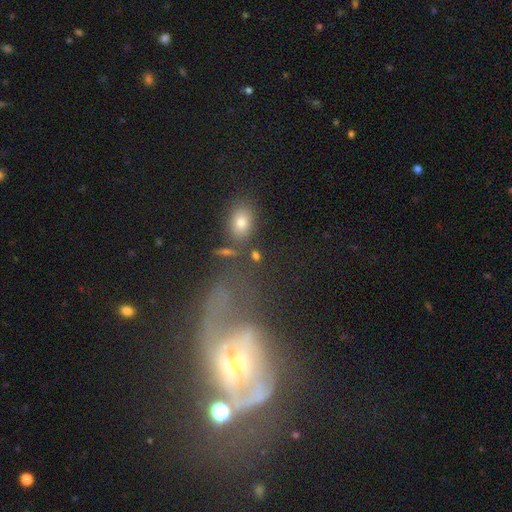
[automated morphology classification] Smooth or featured: smooth — 63% (featured or disk — 24%)
How rounded: in between — 74% (round — 23%)
Merging: none — 63% (minor disturbance — 14%)